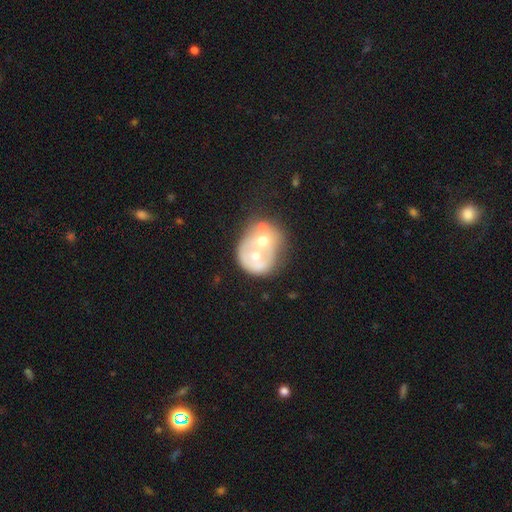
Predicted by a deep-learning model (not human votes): The model was most divided on "smooth or featured": featured or disk: 50%, smooth: 41%, star or artifact: 9%. More confident: merging — merger (68%).